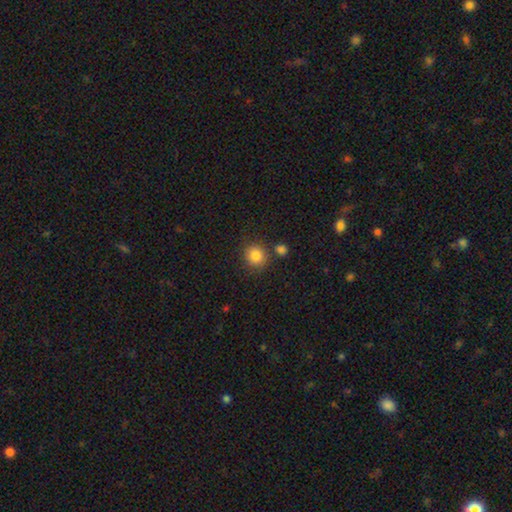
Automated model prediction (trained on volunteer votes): Smooth or featured? smooth (84%)
How rounded? round (87%)
Merging? none (78%)